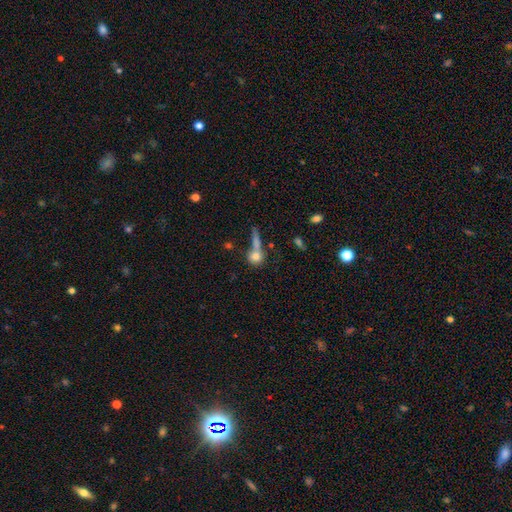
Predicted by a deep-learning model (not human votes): Morphology: type=smooth (58%); roundness=round (71%); merging=none (48%).